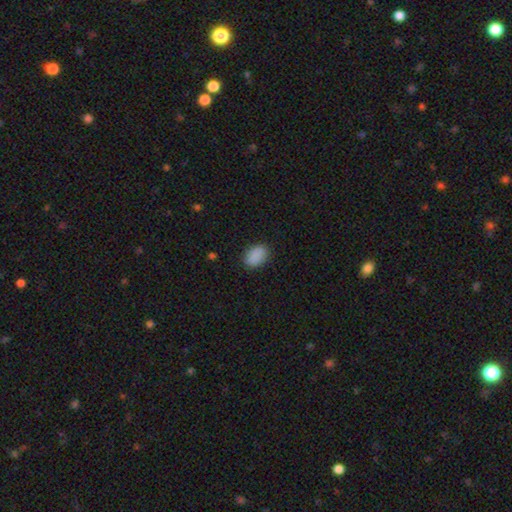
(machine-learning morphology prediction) type=smooth (89%); roundness=in between (86%); merging=none (85%).